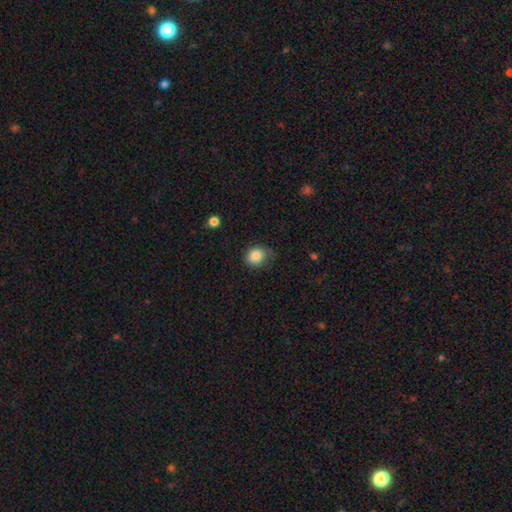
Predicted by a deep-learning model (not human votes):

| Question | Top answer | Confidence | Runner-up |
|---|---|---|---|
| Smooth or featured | smooth | 85% | star or artifact (10%) |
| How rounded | round | 71% | in between (28%) |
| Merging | none | 63% | minor disturbance (28%) |